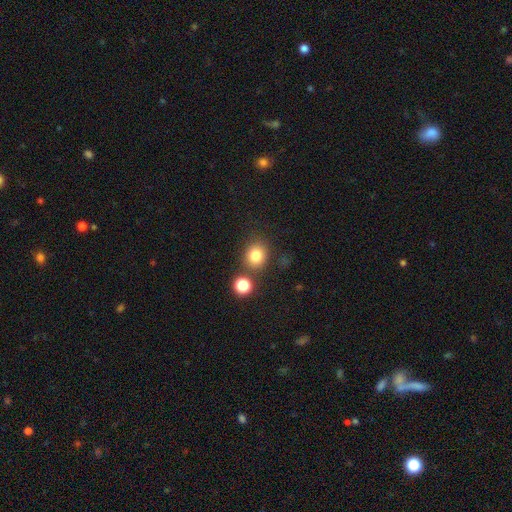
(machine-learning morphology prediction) This is clearly a smooth galaxy (81%). How rounded: likely round (78%). Merging: likely none (77%).